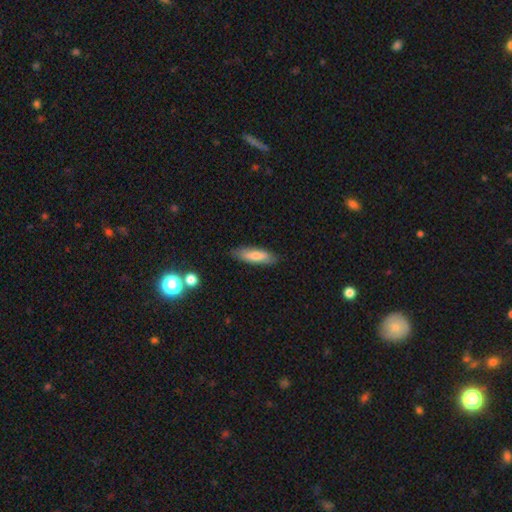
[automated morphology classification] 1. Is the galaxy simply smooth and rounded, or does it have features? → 74% smooth, 19% featured or disk, 7% star or artifact.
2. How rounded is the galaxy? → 55% cigar-shaped, 44% in between, 2% round.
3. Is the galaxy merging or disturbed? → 84% none, 12% minor disturbance, 2% major disturbance, 2% merger.